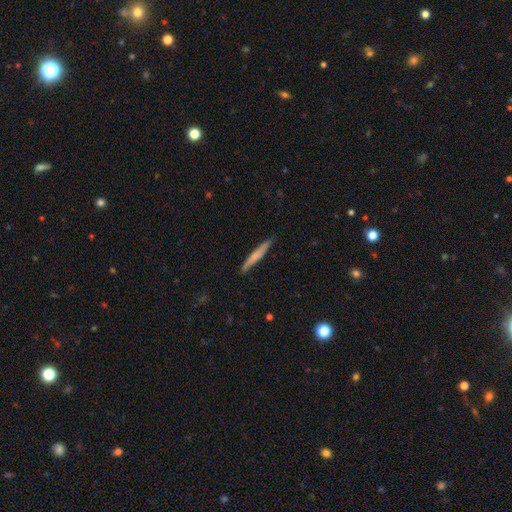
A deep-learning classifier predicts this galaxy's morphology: A smooth galaxy with no disk features (62%) that is cigar-shaped (95%). Merging: none (85%).